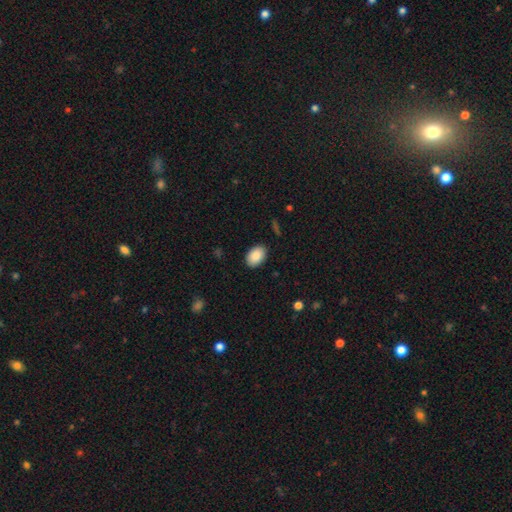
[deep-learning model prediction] smooth-or-featured: smooth: 89% | star or artifact: 7% | featured or disk: 4%
  how-rounded: in between: 88% | round: 11% | cigar-shaped: 1%
  merging: none: 89% | minor disturbance: 8% | major disturbance: 2% | merger: 1%